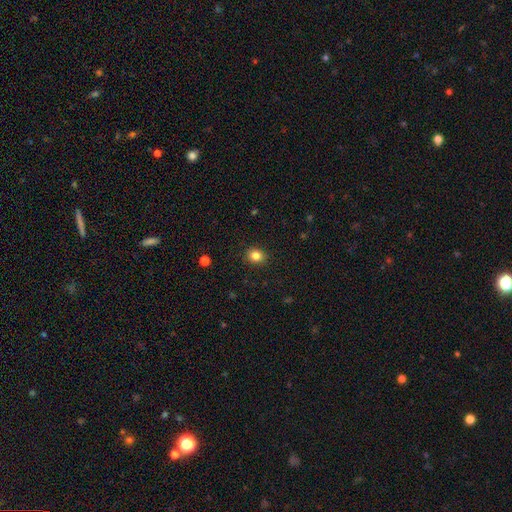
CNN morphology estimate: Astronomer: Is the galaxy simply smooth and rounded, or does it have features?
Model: smooth — 84%.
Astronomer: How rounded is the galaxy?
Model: round — 67%.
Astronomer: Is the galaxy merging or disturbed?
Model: none — 90%.